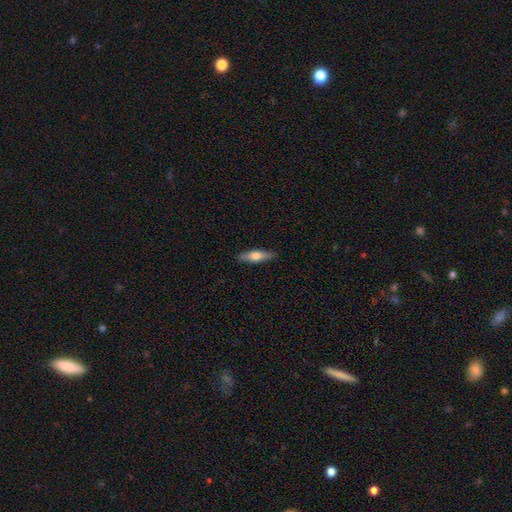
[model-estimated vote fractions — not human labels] A smooth galaxy with no disk features (60%) that is cigar-shaped (62%).

Vote fractions:
- Smooth or featured? smooth: 60% / featured or disk: 34% / star or artifact: 6%
- How rounded? cigar-shaped: 62% / in between: 36% / round: 2%
- Merging? none: 89% / minor disturbance: 8% / major disturbance: 2% / merger: 1%